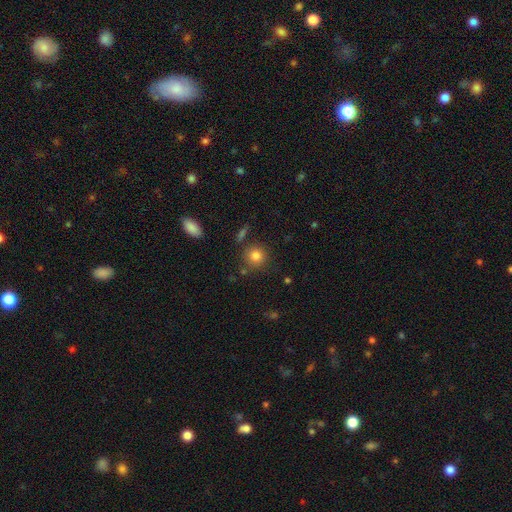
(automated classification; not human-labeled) The model was most divided on "smooth or featured": smooth: 81%, star or artifact: 11%, featured or disk: 8%. More confident: how rounded — round (91%); merging — none (82%).